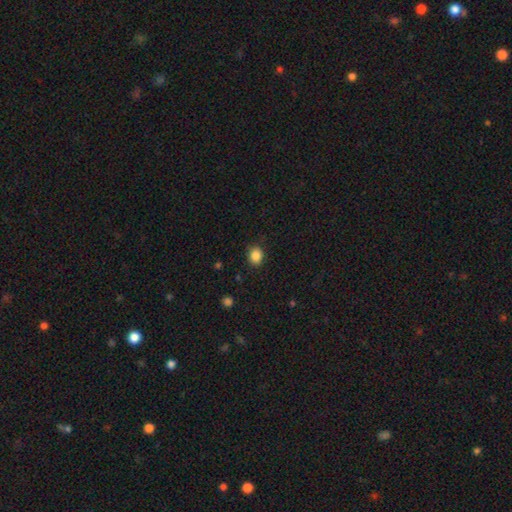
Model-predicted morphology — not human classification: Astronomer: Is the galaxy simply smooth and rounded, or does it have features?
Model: smooth — 86%.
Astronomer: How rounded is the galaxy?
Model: round — 60% (runner-up: in between, 39%).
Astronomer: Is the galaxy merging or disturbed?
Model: none — 86%.